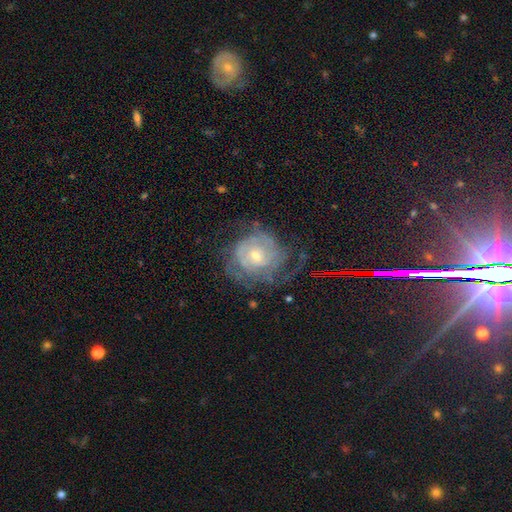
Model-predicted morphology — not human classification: Smooth or featured?
  - featured or disk: 74% *
  - smooth: 16%
  - star or artifact: 10%
Edge-on disk?
  - no: 97% *
  - yes: 3%
Bar?
  - no: 70% *
  - weak: 25%
  - strong: 5%
Spiral arms?
  - yes: 83% *
  - no: 17%
Spiral winding?
  - tight: 64% *
  - medium: 26%
  - loose: 10%
Spiral arm count?
  - can't tell: 52% *
  - 2: 19%
  - 3: 12%
  - 4: 7%
  - 1: 6%
  - more than 4: 4%
Bulge size?
  - small: 54% *
  - moderate: 42%
  - large: 2%
  - none: 1%
  - dominant: 1%
Merging?
  - none: 56% *
  - minor disturbance: 22%
  - major disturbance: 20%
  - merger: 2%